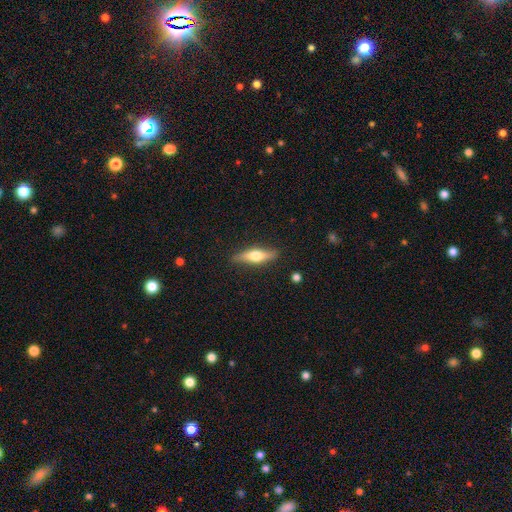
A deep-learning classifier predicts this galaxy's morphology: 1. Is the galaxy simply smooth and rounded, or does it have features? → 48% featured or disk, 46% smooth, 6% star or artifact.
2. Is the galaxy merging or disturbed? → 86% none, 11% minor disturbance, 2% major disturbance, 1% merger.